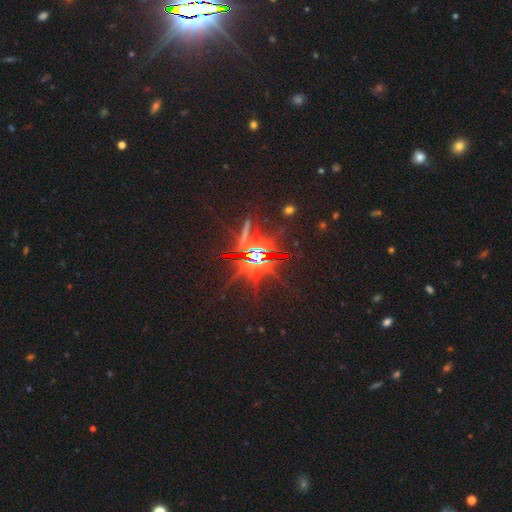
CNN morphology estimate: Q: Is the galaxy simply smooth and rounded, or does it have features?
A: star or artifact — 78%.